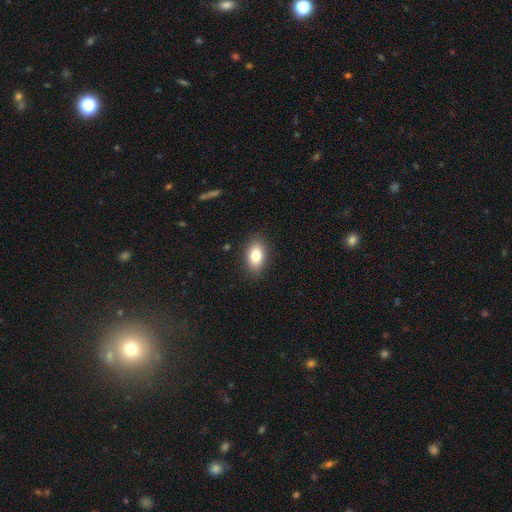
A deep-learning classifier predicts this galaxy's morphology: Smooth or featured: smooth — 82% (featured or disk — 10%)
How rounded: in between — 89% (round — 9%)
Merging: none — 88% (minor disturbance — 9%)